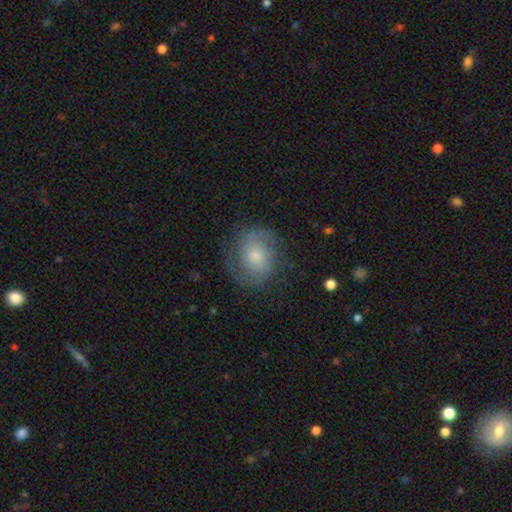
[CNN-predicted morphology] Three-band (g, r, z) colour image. It shows a featured or disk galaxy (69%) with no bar (68%), 2 (81%) medium (44%) spiral arms (92%) and a small central bulge (44%). Merging: none (76%).